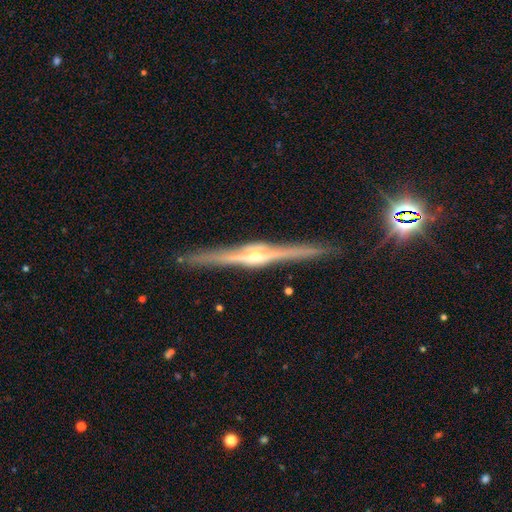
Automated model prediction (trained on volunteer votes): Smooth or featured? featured or disk (89%)
Edge-on disk? yes (98%)
Edge-on bulge? rounded (84%)
Merging? none (90%)